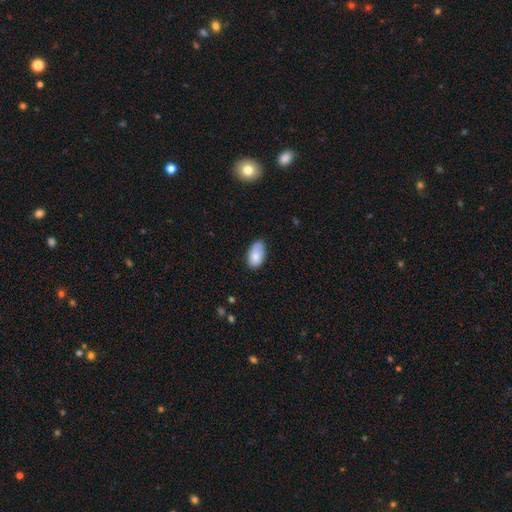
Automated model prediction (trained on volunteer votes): This appears to be a smooth galaxy with no disk features (81%) that is in between round and cigar-shaped (94%). Merging: none (66%).